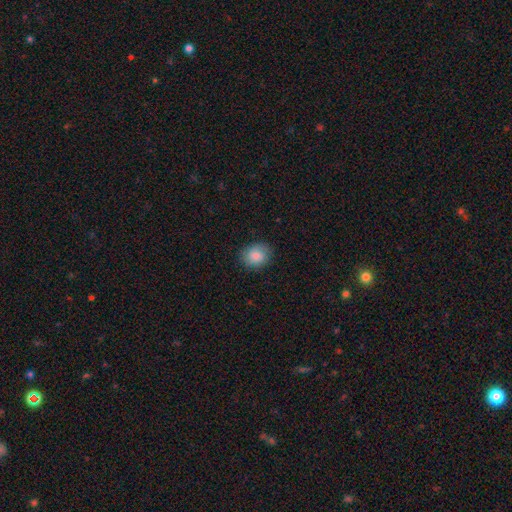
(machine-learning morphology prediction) A smooth galaxy with no disk features (82%) that is round (59%). Merging: none (83%).